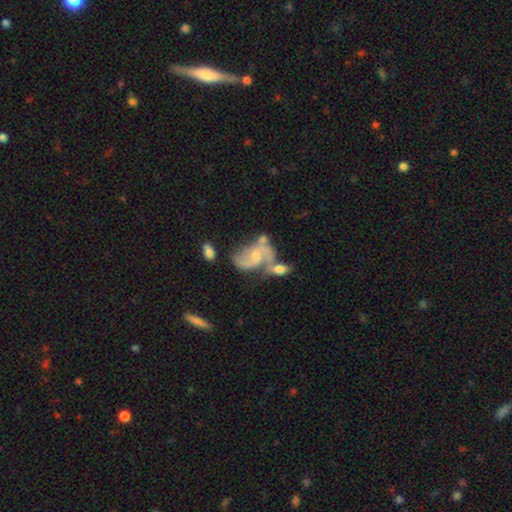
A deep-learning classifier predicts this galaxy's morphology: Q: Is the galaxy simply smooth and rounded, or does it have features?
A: featured or disk — 83%.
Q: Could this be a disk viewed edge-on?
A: no — 97%.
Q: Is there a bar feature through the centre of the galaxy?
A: no — 51%.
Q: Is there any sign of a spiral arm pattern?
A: yes — 93%.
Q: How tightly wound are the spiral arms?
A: loose — 46%.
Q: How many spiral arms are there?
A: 2 — 87%.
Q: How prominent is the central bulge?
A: small — 59%.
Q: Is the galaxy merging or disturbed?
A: merger — 39%.